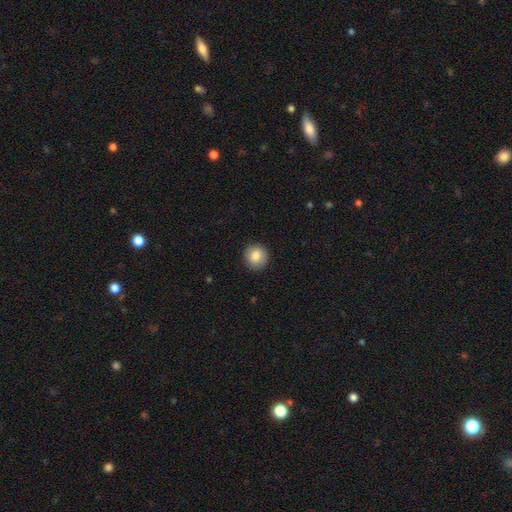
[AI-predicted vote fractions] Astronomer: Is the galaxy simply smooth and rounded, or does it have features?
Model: smooth — 85%.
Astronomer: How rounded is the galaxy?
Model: round — 92%.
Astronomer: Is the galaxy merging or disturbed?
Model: none — 91%.